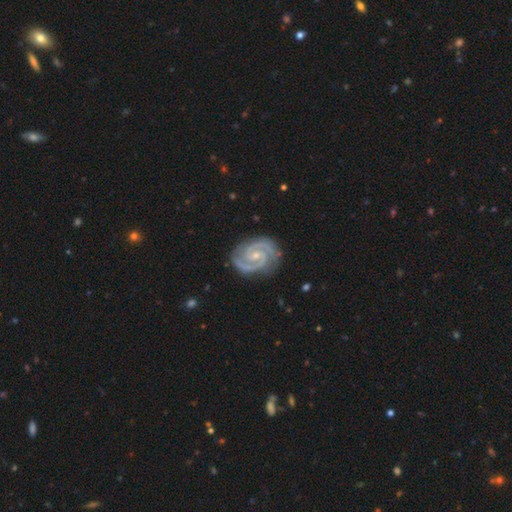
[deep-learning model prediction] Smooth or featured: featured or disk — 94% (star or artifact — 4%)
Edge-on disk: no — 98% (yes — 2%)
Bar: no — 48% (weak — 40%)
Spiral arms: yes — 99% (no — 1%)
Spiral winding: tight — 59% (medium — 37%)
Spiral arm count: 2 — 91% (3 — 4%)
Bulge size: small — 66% (moderate — 29%)
Merging: none — 83% (minor disturbance — 13%)